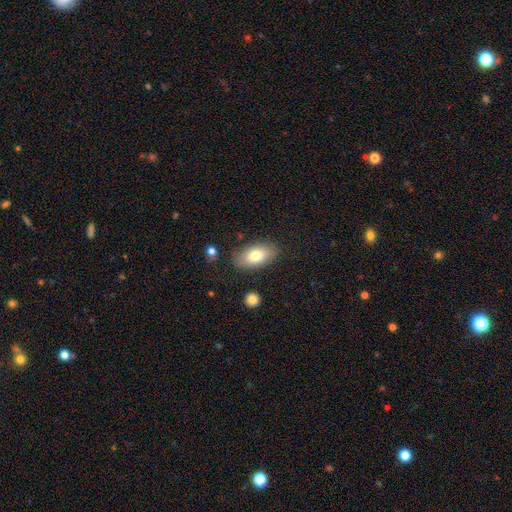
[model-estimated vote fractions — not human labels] This appears to be a smooth galaxy with no disk features (77%) that is in between round and cigar-shaped (92%). Merging: none (83%).